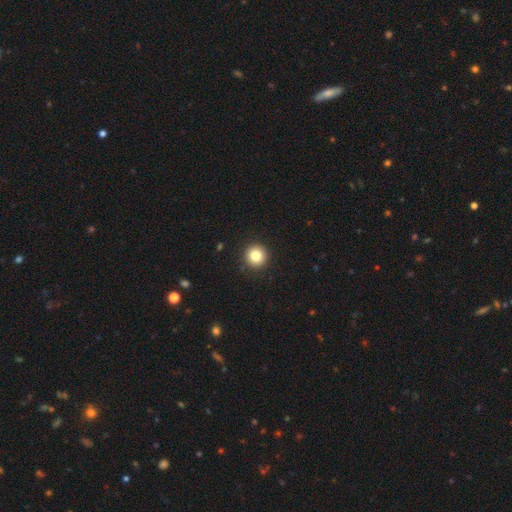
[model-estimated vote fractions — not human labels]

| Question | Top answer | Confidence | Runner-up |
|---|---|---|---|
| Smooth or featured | smooth | 83% | star or artifact (10%) |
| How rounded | round | 95% | in between (4%) |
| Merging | none | 92% | minor disturbance (5%) |